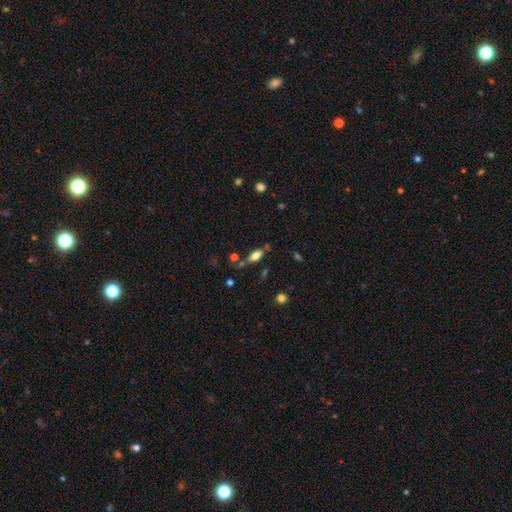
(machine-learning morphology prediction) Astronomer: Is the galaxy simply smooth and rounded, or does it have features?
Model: smooth — 69%.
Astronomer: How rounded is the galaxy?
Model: in between — 84%.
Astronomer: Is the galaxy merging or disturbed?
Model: none — 65%.